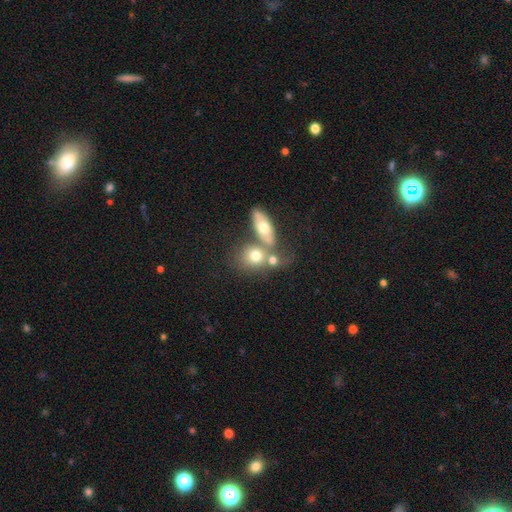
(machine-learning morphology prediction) A smooth galaxy with no disk features (69%) that is round (51%). Merging: merger (44%).